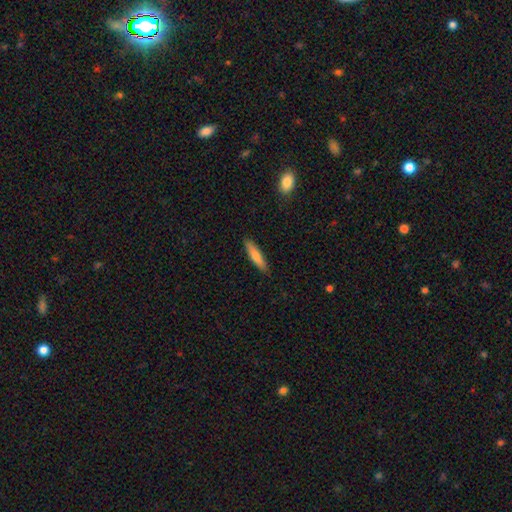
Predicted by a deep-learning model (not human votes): This is likely a smooth galaxy (74%). How rounded: clearly cigar-shaped (82%). Merging: clearly none (89%).